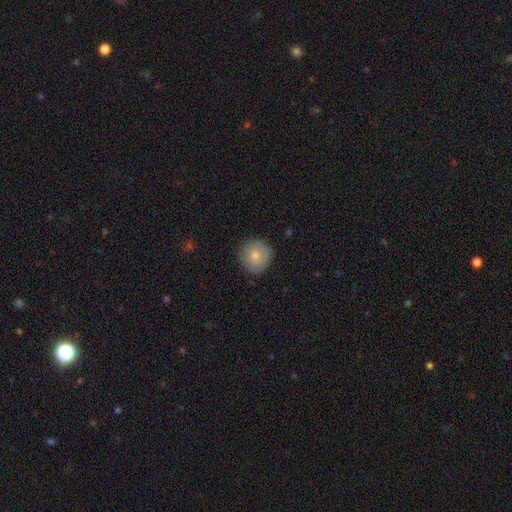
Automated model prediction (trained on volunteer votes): Morphology: type=smooth (82%); roundness=round (93%); merging=none (86%).